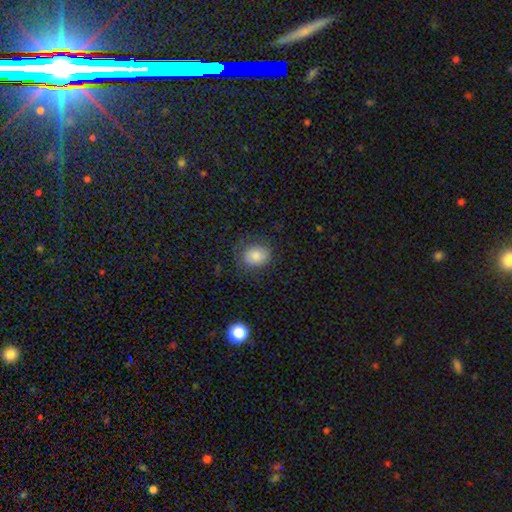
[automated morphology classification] type=smooth (81%); roundness=in between (50%); merging=none (72%).